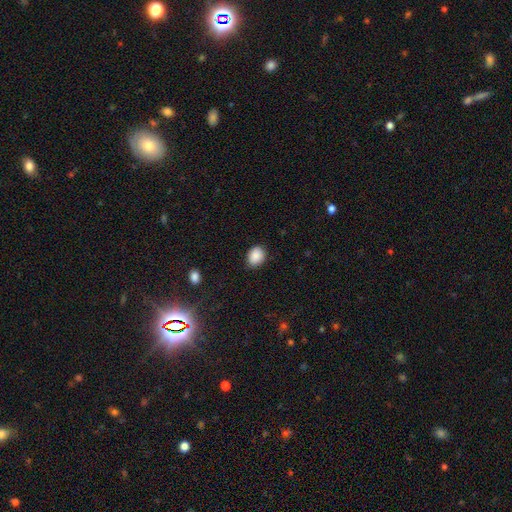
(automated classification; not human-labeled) smooth-or-featured: smooth: 89% | star or artifact: 8% | featured or disk: 3%
  how-rounded: in between: 56% | round: 43% | cigar-shaped: 1%
  merging: none: 83% | minor disturbance: 13% | major disturbance: 3% | merger: 1%